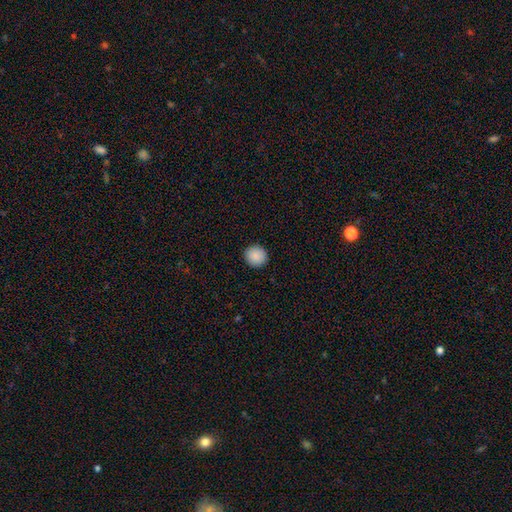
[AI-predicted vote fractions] A smooth galaxy with no disk features (89%) that is round (92%).

Vote fractions:
- Smooth or featured? smooth: 89% / star or artifact: 8% / featured or disk: 3%
- How rounded? round: 92% / in between: 7% / cigar-shaped: 1%
- Merging? none: 93% / minor disturbance: 5% / major disturbance: 2% / merger: 1%